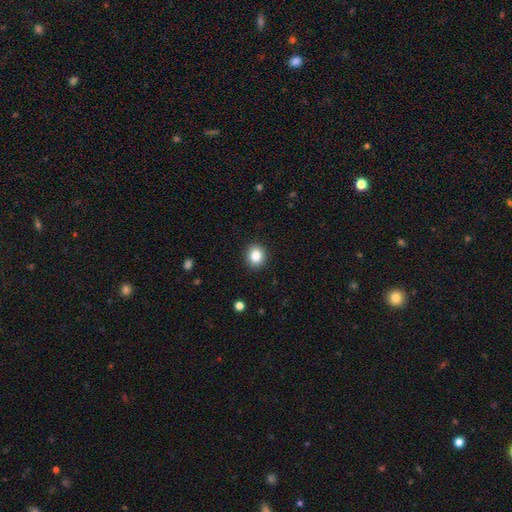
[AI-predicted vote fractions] smooth-or-featured: smooth: 85% | star or artifact: 10% | featured or disk: 5%
  how-rounded: round: 79% | in between: 21% | cigar-shaped: 1%
  merging: none: 90% | minor disturbance: 7% | major disturbance: 2% | merger: 1%